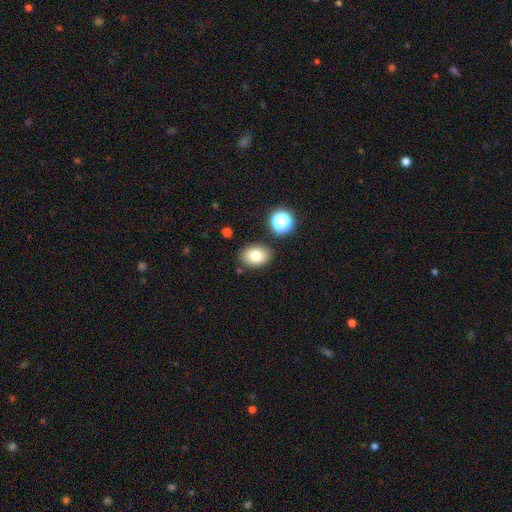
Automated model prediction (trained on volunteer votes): This appears to be a smooth galaxy with no disk features (81%) that is in between round and cigar-shaped (76%). Merging: none (83%).